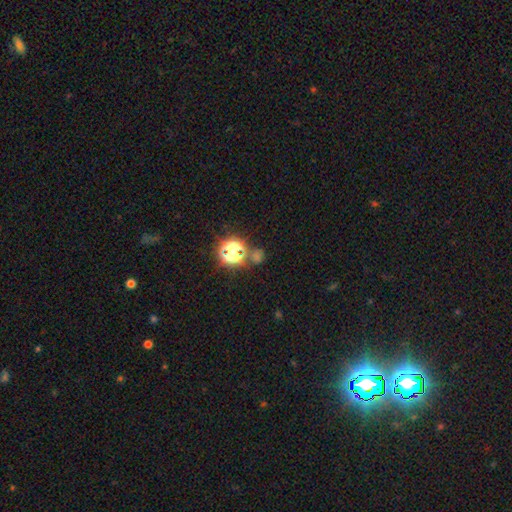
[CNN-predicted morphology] Smooth or featured: star or artifact — 51% (smooth — 41%)